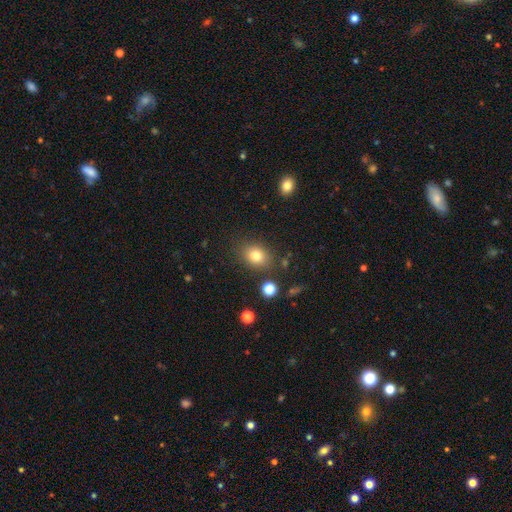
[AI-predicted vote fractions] Smooth or featured?
  - smooth: 80% *
  - star or artifact: 12%
  - featured or disk: 8%
How rounded?
  - in between: 51% *
  - round: 48%
  - cigar-shaped: 1%
Merging?
  - none: 82% *
  - minor disturbance: 11%
  - major disturbance: 4%
  - merger: 3%